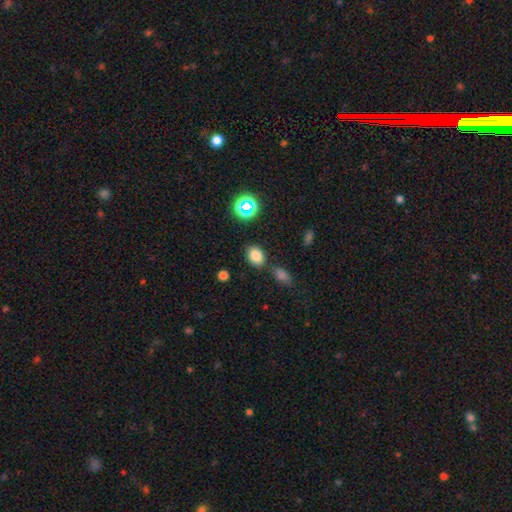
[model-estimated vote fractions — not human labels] smooth-or-featured: smooth: 79% | star or artifact: 15% | featured or disk: 6%
  how-rounded: in between: 68% | round: 31% | cigar-shaped: 1%
  merging: none: 76% | minor disturbance: 12% | merger: 9% | major disturbance: 4%